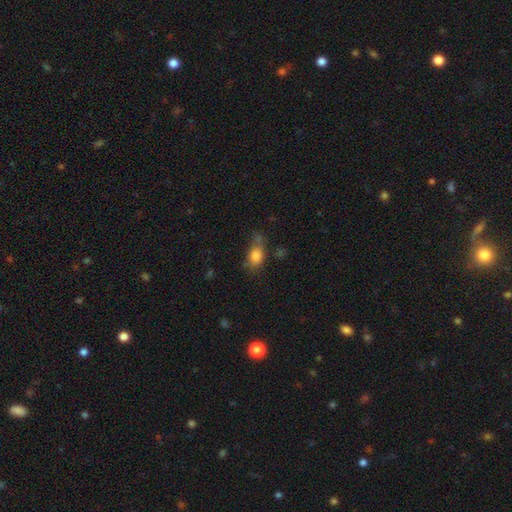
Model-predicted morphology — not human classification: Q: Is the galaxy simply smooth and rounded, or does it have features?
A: smooth — 82%.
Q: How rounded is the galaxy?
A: in between — 67%.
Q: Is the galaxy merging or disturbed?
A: none — 49%.